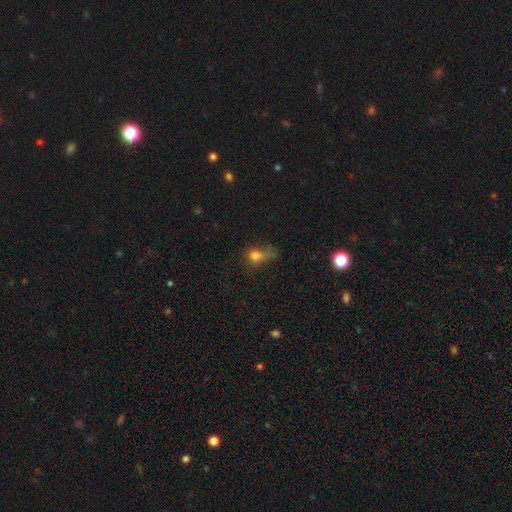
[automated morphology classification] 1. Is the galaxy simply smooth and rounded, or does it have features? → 73% smooth, 15% star or artifact, 12% featured or disk.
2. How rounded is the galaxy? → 52% in between, 44% round, 4% cigar-shaped.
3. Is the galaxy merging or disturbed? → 38% major disturbance, 27% none, 26% minor disturbance, 9% merger.